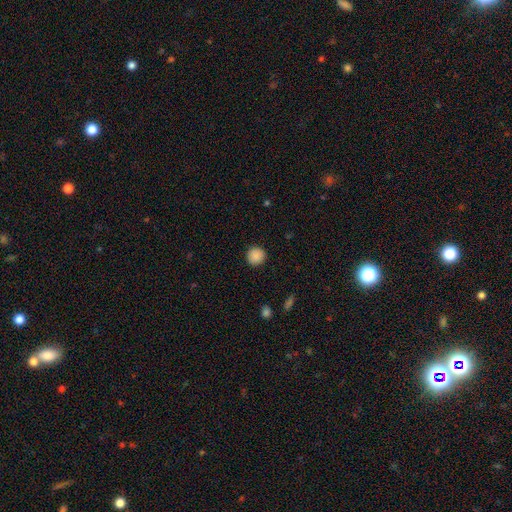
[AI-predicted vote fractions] The model was most divided on "smooth or featured": smooth: 88%, star or artifact: 9%, featured or disk: 3%. More confident: how rounded — round (93%); merging — none (91%).